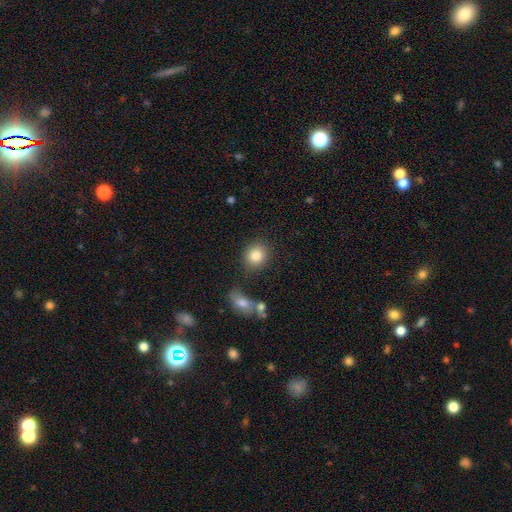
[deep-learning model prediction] smooth_or_featured: smooth (p=0.83) [alt: star or artifact p=0.09]
how_rounded: round (p=0.75) [alt: in between p=0.24]
merging: none (p=0.81) [alt: minor disturbance p=0.10]